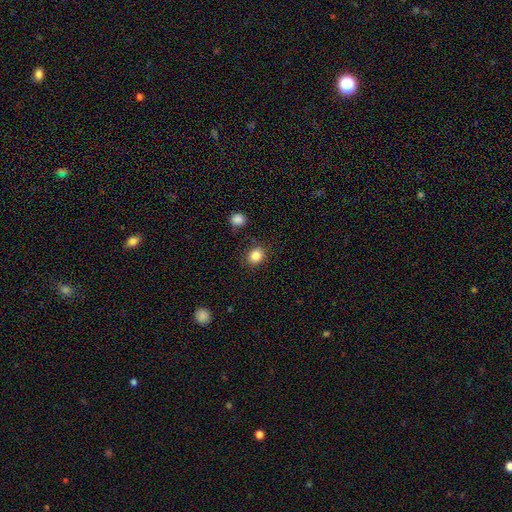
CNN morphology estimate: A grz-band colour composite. It shows a smooth galaxy with no disk features (85%) that is round (70%). Merging: none (85%).